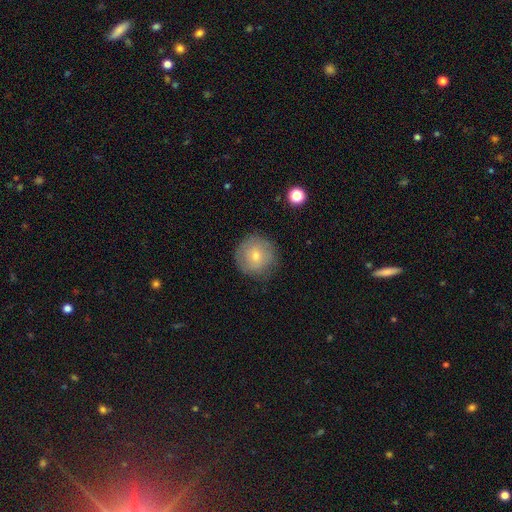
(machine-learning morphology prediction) Q: Smooth or featured?
A: smooth (57%); runner-up: featured or disk (33%)
Q: How rounded?
A: round (95%); runner-up: in between (4%)
Q: Merging?
A: none (84%); runner-up: minor disturbance (12%)